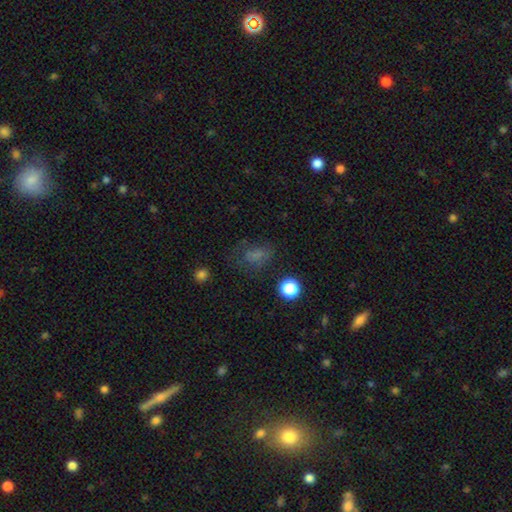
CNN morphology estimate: smooth-or-featured: smooth: 62% | star or artifact: 23% | featured or disk: 14%
  how-rounded: in between: 70% | round: 27% | cigar-shaped: 3%
  merging: none: 56% | minor disturbance: 23% | major disturbance: 18% | merger: 3%